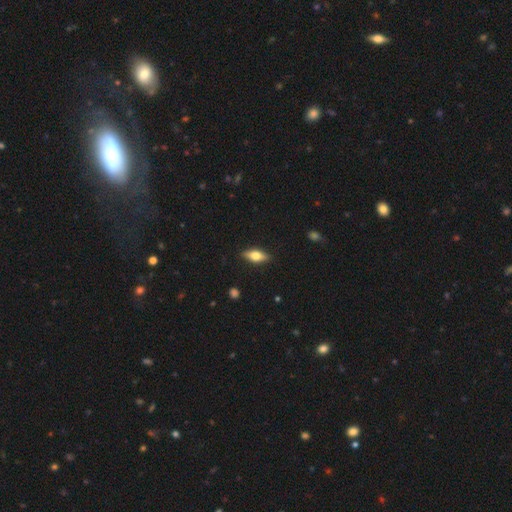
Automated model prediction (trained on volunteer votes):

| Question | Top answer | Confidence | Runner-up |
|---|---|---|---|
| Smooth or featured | smooth | 58% | featured or disk (36%) |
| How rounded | in between | 70% | cigar-shaped (26%) |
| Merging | none | 87% | minor disturbance (10%) |